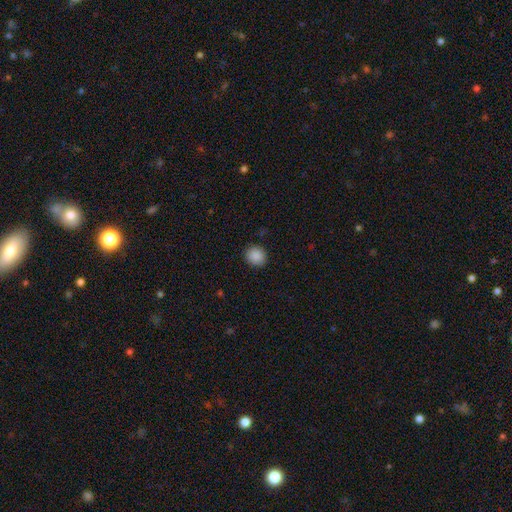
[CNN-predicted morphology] This is clearly a smooth galaxy (89%). How rounded: clearly round (84%). Merging: clearly none (90%).